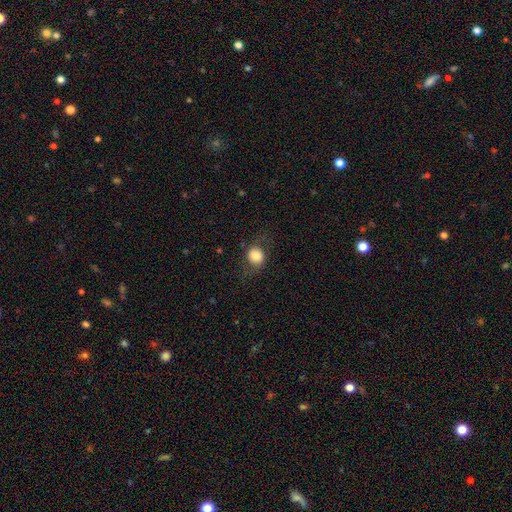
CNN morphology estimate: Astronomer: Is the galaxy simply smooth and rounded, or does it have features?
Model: smooth — 74%.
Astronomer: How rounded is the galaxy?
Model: round — 74%.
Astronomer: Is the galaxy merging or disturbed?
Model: none — 71%.